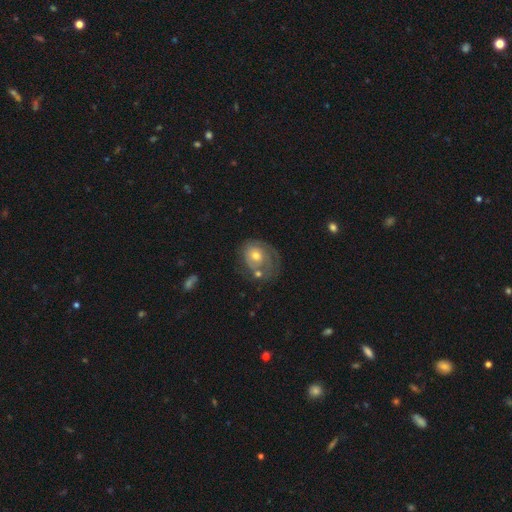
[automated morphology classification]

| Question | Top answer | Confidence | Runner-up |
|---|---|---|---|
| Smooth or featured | featured or disk | 60% | smooth (33%) |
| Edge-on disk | no | 96% | yes (4%) |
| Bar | no | 80% | weak (17%) |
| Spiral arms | yes | 67% | no (33%) |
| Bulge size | moderate | 66% | small (27%) |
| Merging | none | 41% | minor disturbance (24%) |